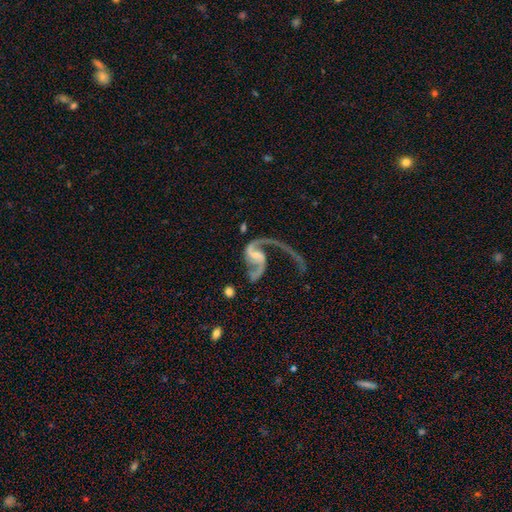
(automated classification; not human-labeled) Smooth or featured? Predicted: featured or disk (p=0.90). Edge-on disk? Predicted: no (p=0.98). Bar? Predicted: weak (p=0.47). Spiral arms? Predicted: yes (p=0.96). Spiral winding? Predicted: loose (p=0.73). Spiral arm count? Predicted: 2 (p=0.81). Bulge size? Predicted: small (p=0.49). Merging? Predicted: major disturbance (p=0.45).